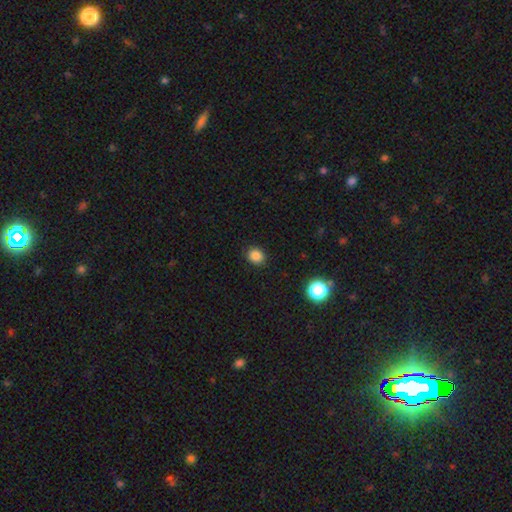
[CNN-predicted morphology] Smooth or featured?
  - smooth: 84% *
  - star or artifact: 12%
  - featured or disk: 4%
How rounded?
  - round: 68% *
  - in between: 31%
  - cigar-shaped: 1%
Merging?
  - none: 90% *
  - minor disturbance: 7%
  - major disturbance: 2%
  - merger: 1%